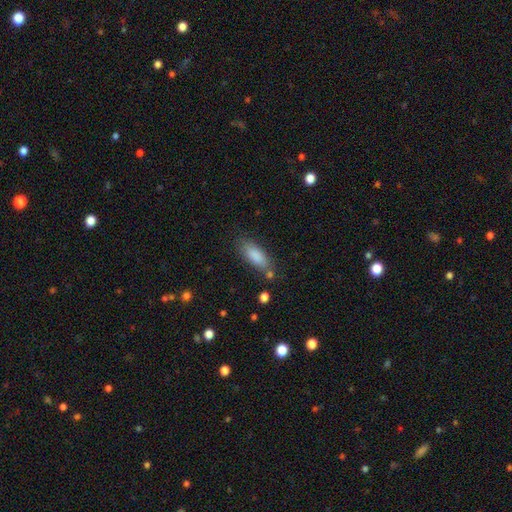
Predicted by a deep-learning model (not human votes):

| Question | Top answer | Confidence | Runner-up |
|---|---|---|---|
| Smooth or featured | smooth | 86% | featured or disk (7%) |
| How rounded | in between | 73% | cigar-shaped (25%) |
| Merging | none | 73% | minor disturbance (16%) |